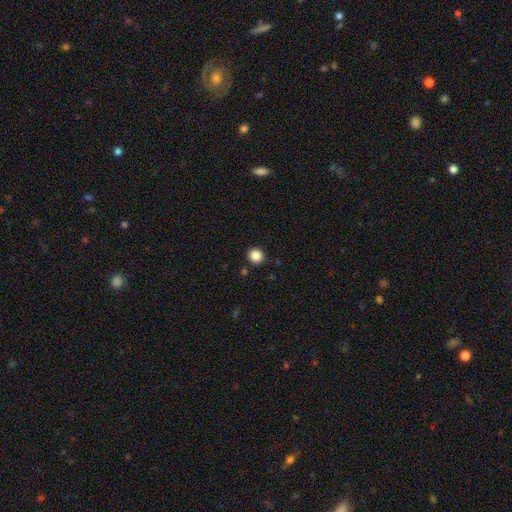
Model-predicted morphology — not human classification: Overall: smooth (86%). How rounded: round (93%). Merging: none (92%).